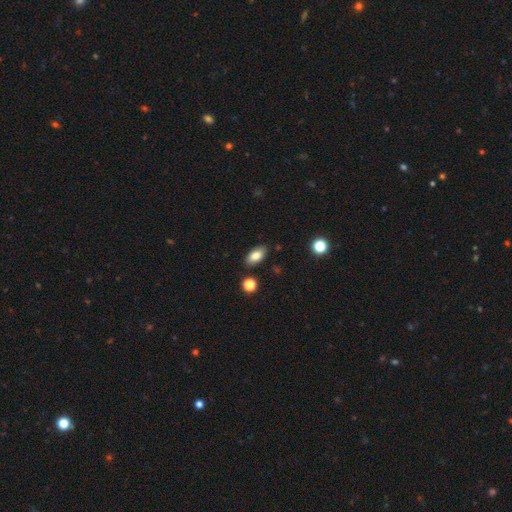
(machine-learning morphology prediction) A smooth galaxy with no disk features (81%) that is in between round and cigar-shaped (90%). Merging: none (85%).